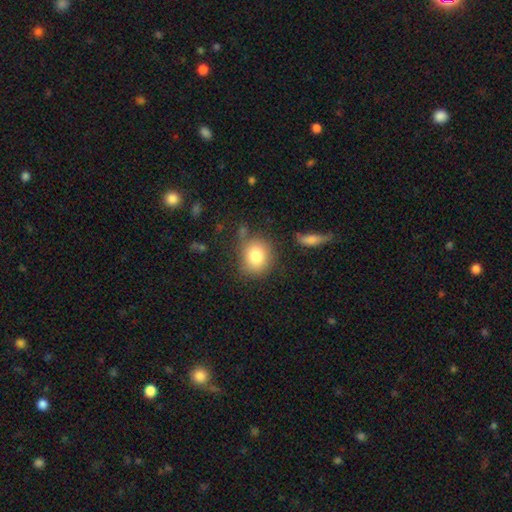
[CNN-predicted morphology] Smooth or featured? Predicted: smooth (p=0.82). How rounded? Predicted: round (p=0.71). Merging? Predicted: none (p=0.75).